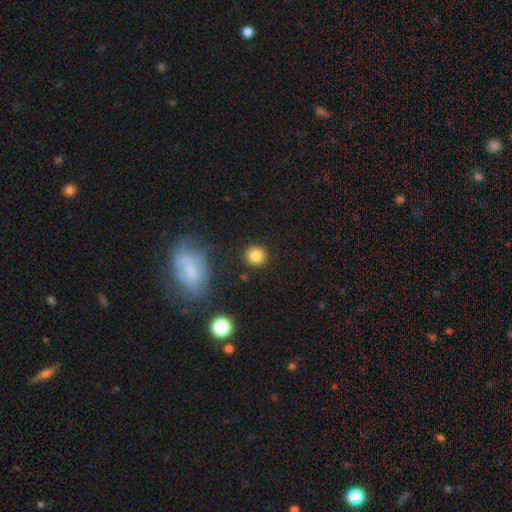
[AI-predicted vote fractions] A smooth galaxy with no disk features (83%) that is round (90%). Merging: none (88%).